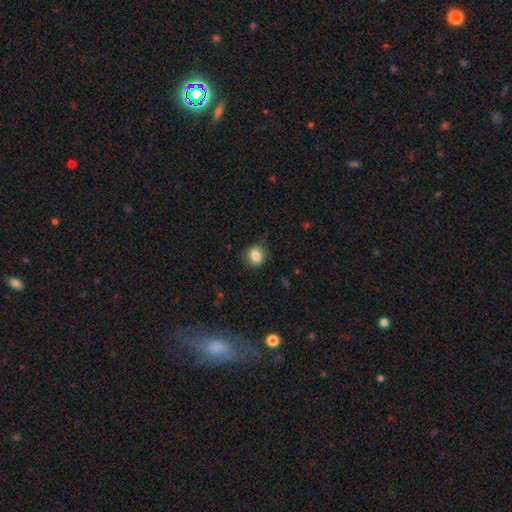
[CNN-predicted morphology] A smooth galaxy with no disk features (81%) that is round (70%). Merging: none (69%).